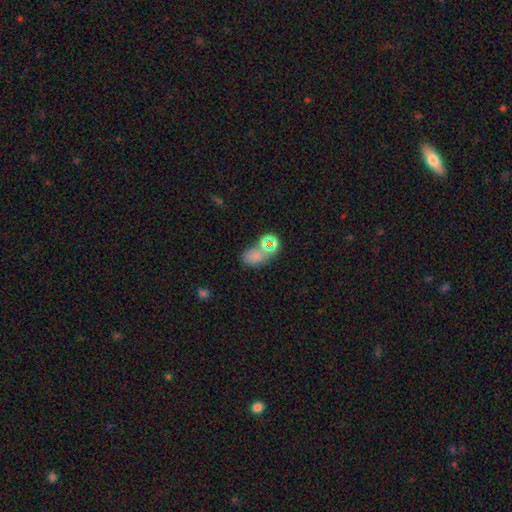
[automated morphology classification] Overall: smooth (62%; star or artifact 27%). How rounded: in between (78%). Merging: none (46%; merger 28%).